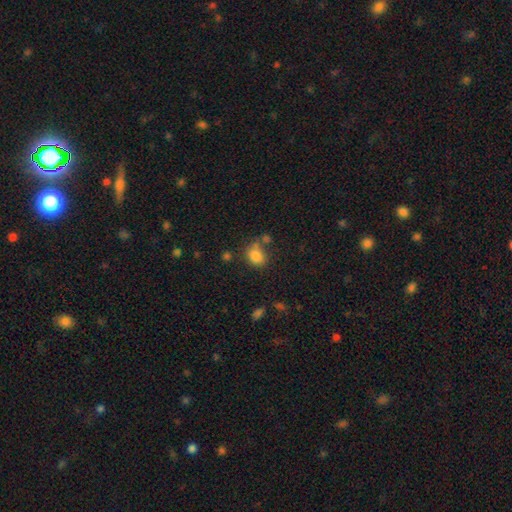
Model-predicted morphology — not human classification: This is clearly a smooth galaxy (82%). How rounded: possibly in between (55%). Merging: possibly none (57%).